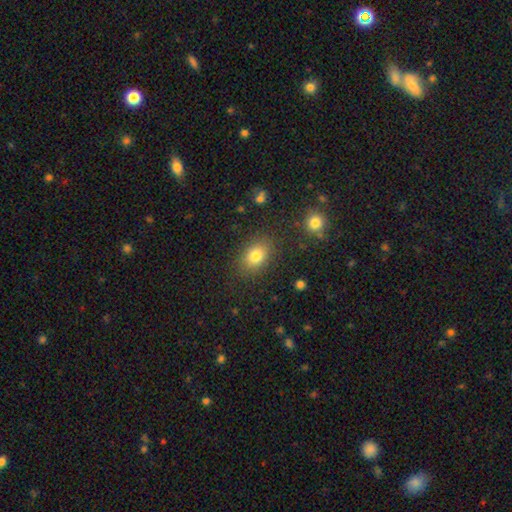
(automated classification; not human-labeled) This is clearly a smooth galaxy (80%). How rounded: likely in between (72%). Merging: clearly none (84%).